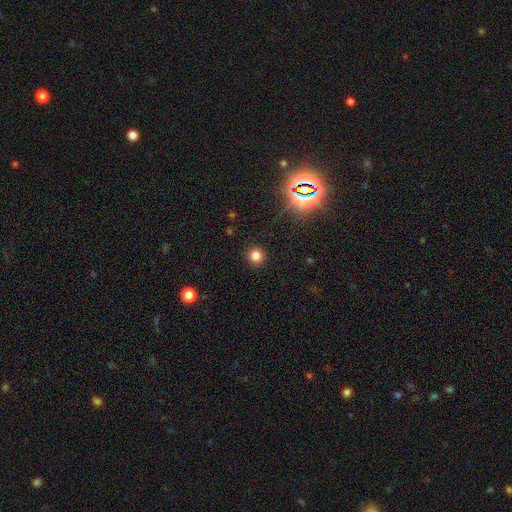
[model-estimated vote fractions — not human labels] Smooth or featured?
  - smooth: 78% *
  - star or artifact: 17%
  - featured or disk: 5%
How rounded?
  - round: 93% *
  - in between: 6%
  - cigar-shaped: 1%
Merging?
  - none: 91% *
  - minor disturbance: 5%
  - major disturbance: 2%
  - merger: 1%